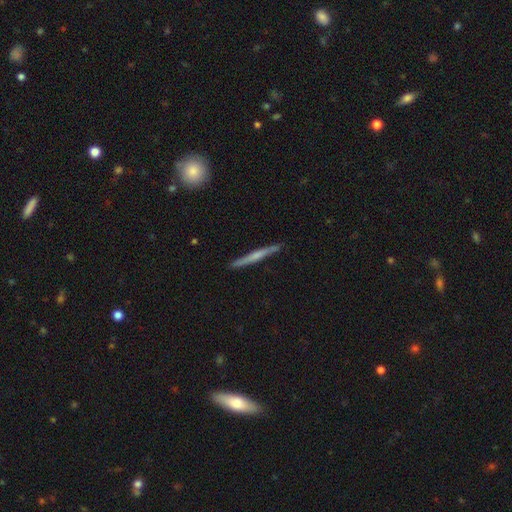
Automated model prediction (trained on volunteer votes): This appears to be a featured or disk galaxy (54%) viewed edge-on (97%) with no central bulge (49%). Merging: none (90%).